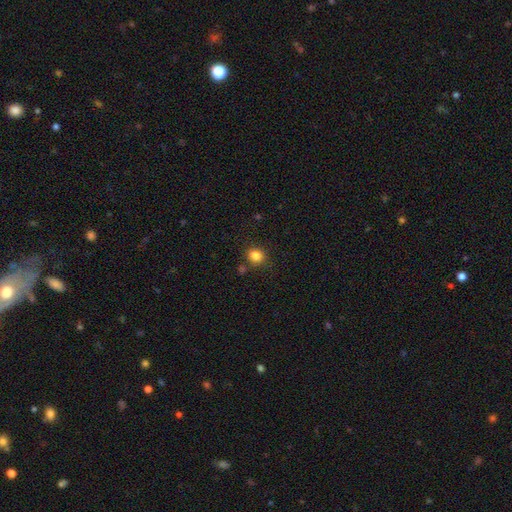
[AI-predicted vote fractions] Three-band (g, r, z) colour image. It shows a smooth galaxy with no disk features (84%) that is round (79%). Merging: none (81%).